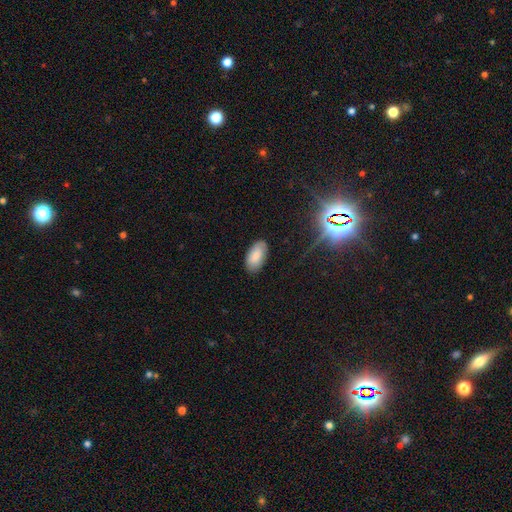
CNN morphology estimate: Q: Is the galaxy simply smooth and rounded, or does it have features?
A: smooth — 85%.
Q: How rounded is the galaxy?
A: in between — 95%.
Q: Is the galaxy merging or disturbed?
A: none — 82%.